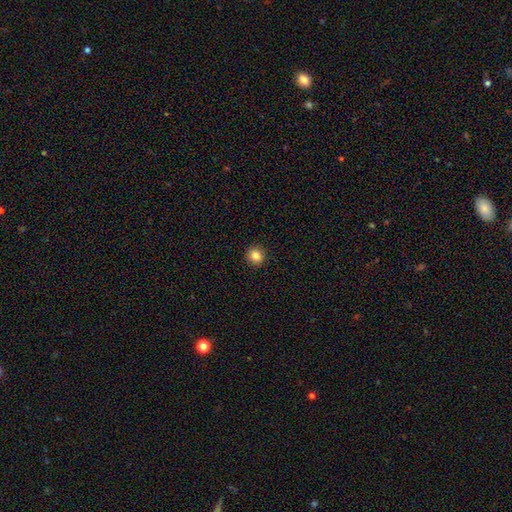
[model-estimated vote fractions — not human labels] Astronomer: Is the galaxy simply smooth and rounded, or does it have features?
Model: smooth — 84%.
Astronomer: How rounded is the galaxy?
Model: round — 89%.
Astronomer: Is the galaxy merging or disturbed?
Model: none — 92%.